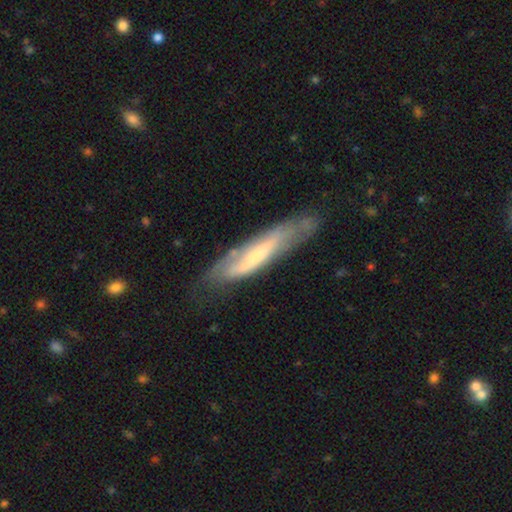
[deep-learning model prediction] This appears to be a featured or disk galaxy (58%) with not edge-on (50%, tied with yes). Merging: none (56%).